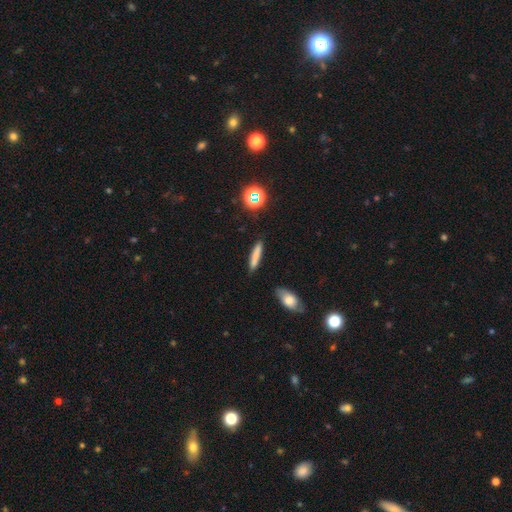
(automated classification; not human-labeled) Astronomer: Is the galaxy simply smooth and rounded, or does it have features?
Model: smooth — 77%.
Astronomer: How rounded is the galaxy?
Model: cigar-shaped — 88%.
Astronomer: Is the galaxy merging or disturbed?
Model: none — 85%.